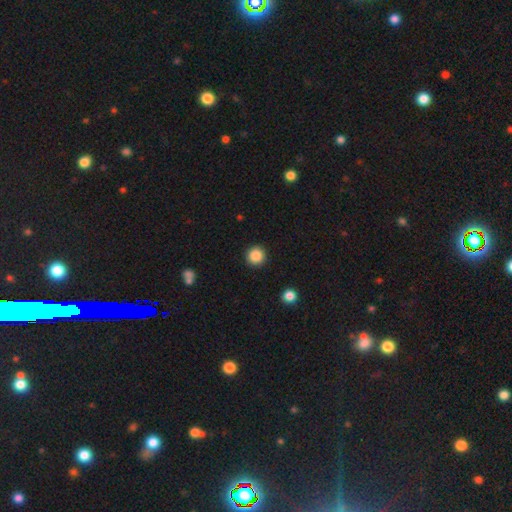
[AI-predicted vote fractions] Morphology: type=smooth (86%); roundness=round (95%); merging=none (92%).